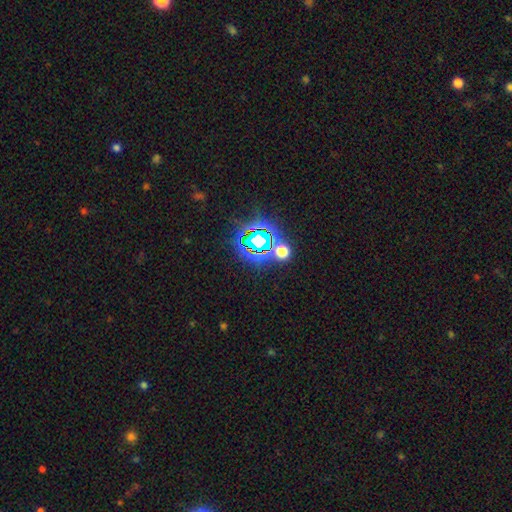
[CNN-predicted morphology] Smooth or featured? star or artifact (79%)